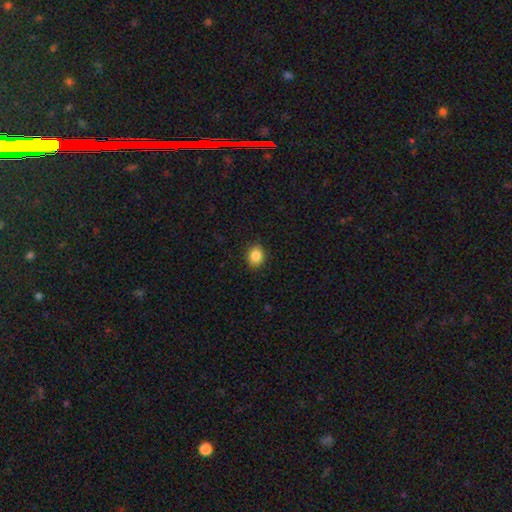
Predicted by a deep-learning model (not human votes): Overall: smooth (86%). How rounded: round (68%; in between 31%). Merging: none (89%).